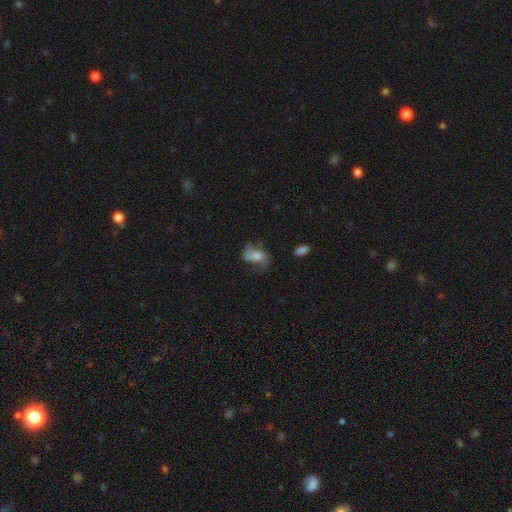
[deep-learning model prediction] smooth 52%, featured or disk 37%, star or artifact 11%. Down the decision tree: how rounded — in between (83%); merging — none (41%).